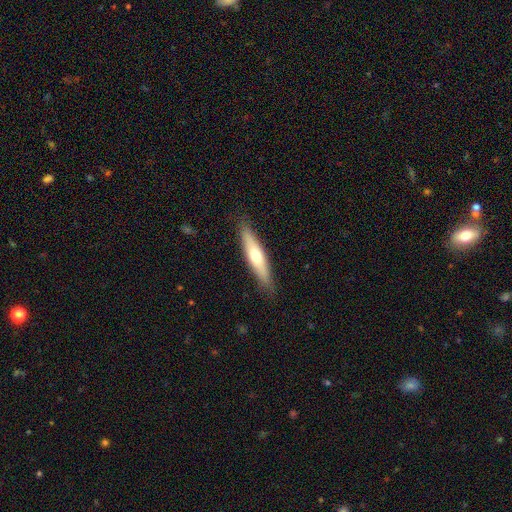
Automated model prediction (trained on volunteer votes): This appears to be a smooth galaxy with no disk features (55%) that is cigar-shaped (80%). Merging: none (87%).